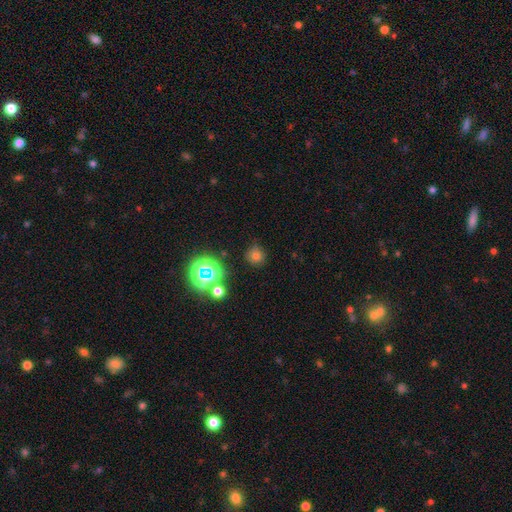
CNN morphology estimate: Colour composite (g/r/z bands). It shows a smooth galaxy with no disk features (67%) that is round (90%). Merging: none (81%).